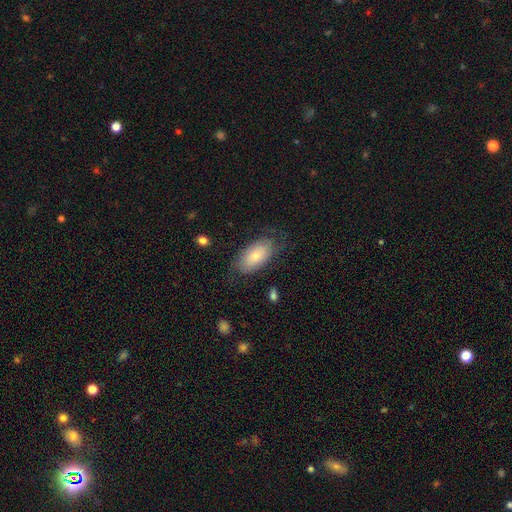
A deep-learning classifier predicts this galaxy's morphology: Smooth or featured? Predicted: smooth (p=0.65). How rounded? Predicted: in between (p=0.93). Merging? Predicted: none (p=0.65).